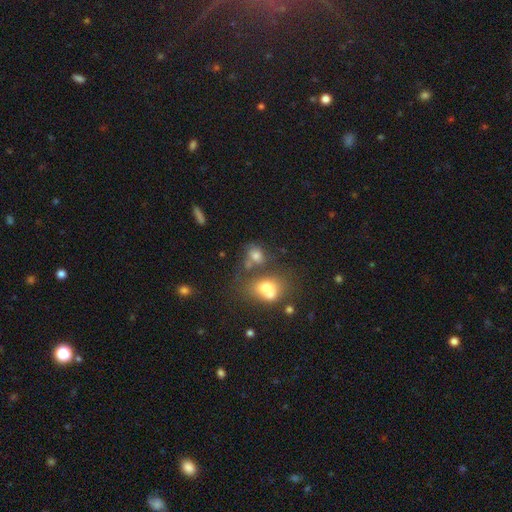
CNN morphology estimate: Overall: smooth (67%). How rounded: in between (52%; round 47%). Merging: none (37%; merger 36%).